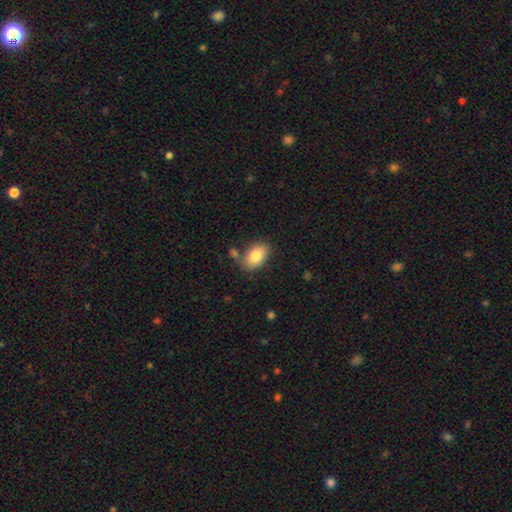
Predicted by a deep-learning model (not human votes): A smooth galaxy with no disk features (82%) that is in between round and cigar-shaped (91%). Merging: none (75%).